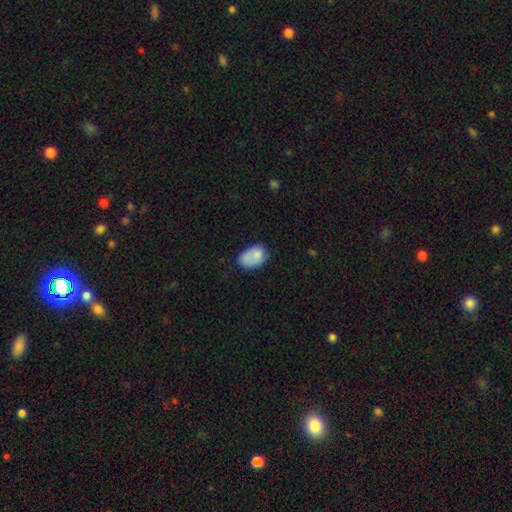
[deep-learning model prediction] smooth_or_featured: smooth (p=0.79) [alt: featured or disk p=0.13]
how_rounded: in between (p=0.88) [alt: round p=0.11]
merging: none (p=0.48) [alt: minor disturbance p=0.32]